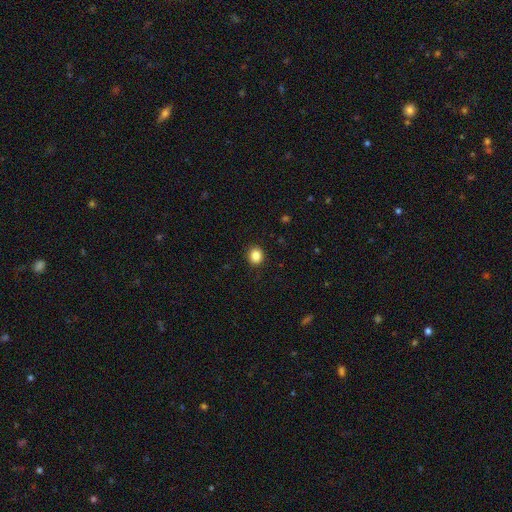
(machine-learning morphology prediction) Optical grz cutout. It shows a smooth galaxy with no disk features (87%) that is round (78%). Merging: none (91%).